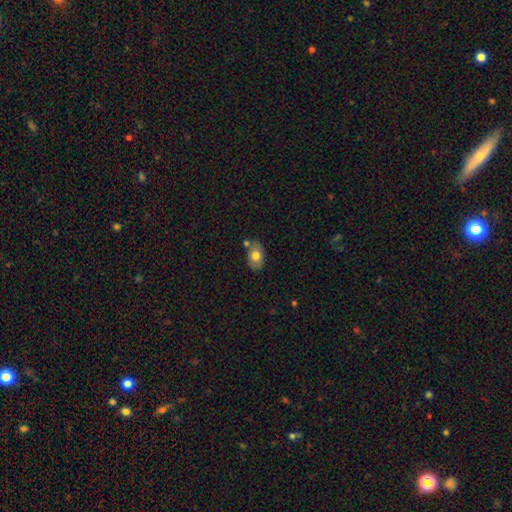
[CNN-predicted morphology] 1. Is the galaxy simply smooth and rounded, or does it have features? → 72% smooth, 21% featured or disk, 7% star or artifact.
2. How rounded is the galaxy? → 85% in between, 14% round, 1% cigar-shaped.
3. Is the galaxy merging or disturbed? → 67% none, 18% minor disturbance, 11% merger, 4% major disturbance.